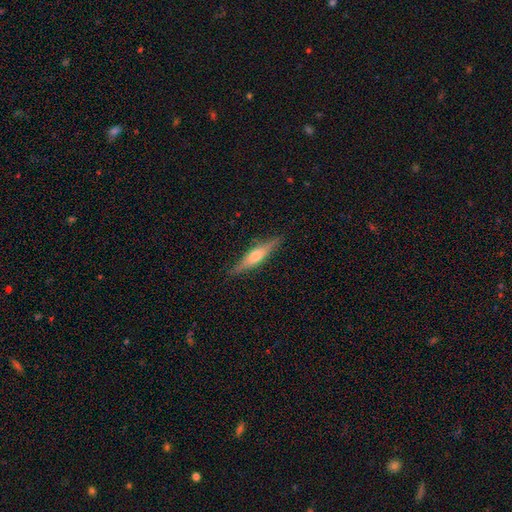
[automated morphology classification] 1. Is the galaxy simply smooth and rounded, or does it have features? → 64% featured or disk, 30% smooth, 6% star or artifact.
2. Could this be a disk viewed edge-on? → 96% yes, 4% no.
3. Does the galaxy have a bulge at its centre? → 86% rounded, 9% boxy, 5% none.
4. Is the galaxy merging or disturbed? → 88% none, 9% minor disturbance, 2% major disturbance, 1% merger.